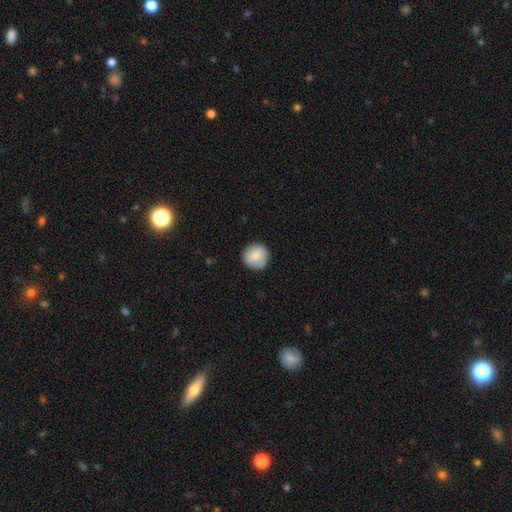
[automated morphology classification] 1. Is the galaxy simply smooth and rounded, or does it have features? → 85% smooth, 8% featured or disk, 7% star or artifact.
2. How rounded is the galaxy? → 95% round, 4% in between, 1% cigar-shaped.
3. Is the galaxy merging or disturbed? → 89% none, 8% minor disturbance, 2% major disturbance, 1% merger.